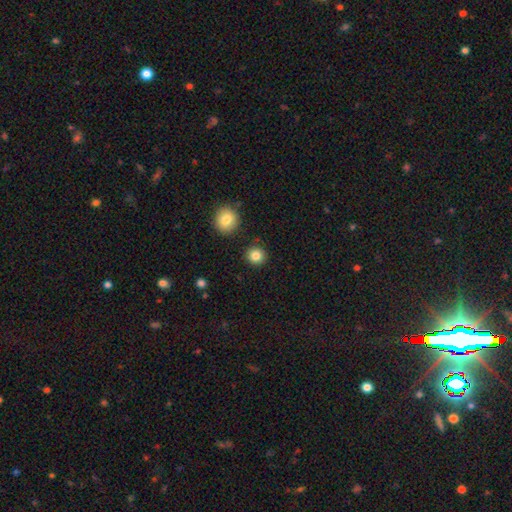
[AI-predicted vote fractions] This appears to be a smooth galaxy with no disk features (84%) that is round (92%). Merging: none (90%).